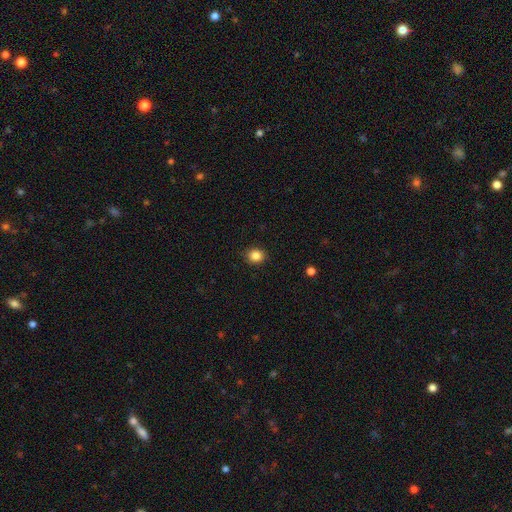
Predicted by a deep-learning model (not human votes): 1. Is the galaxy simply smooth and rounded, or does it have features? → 85% smooth, 11% star or artifact, 4% featured or disk.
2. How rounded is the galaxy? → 76% round, 24% in between, 1% cigar-shaped.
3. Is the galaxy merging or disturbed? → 90% none, 7% minor disturbance, 2% major disturbance, 1% merger.